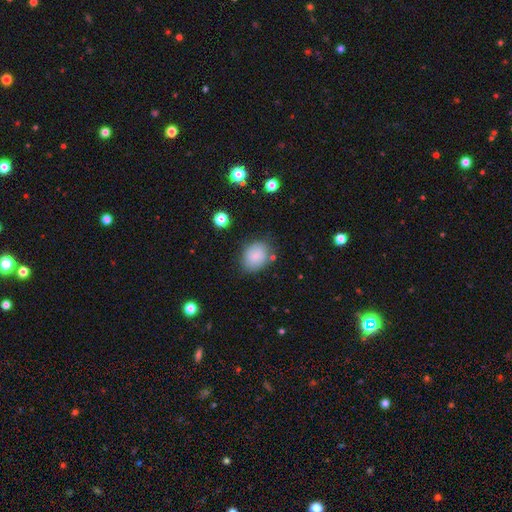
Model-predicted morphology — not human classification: A smooth galaxy with no disk features (79%) that is in between round and cigar-shaped (53%). Merging: none (74%).